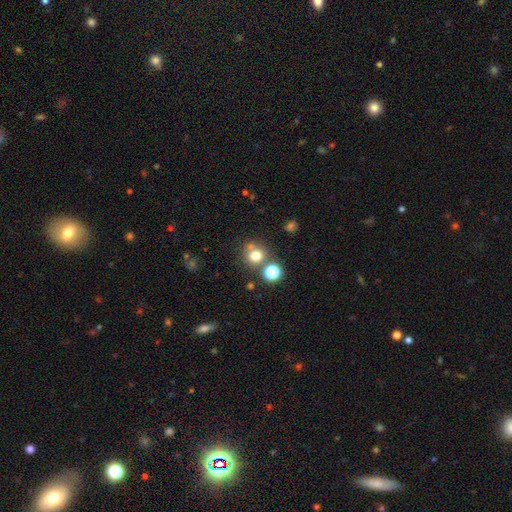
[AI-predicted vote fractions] Q: Smooth or featured?
A: smooth (73%); runner-up: star or artifact (18%)
Q: How rounded?
A: round (88%); runner-up: in between (11%)
Q: Merging?
A: none (67%); runner-up: merger (19%)